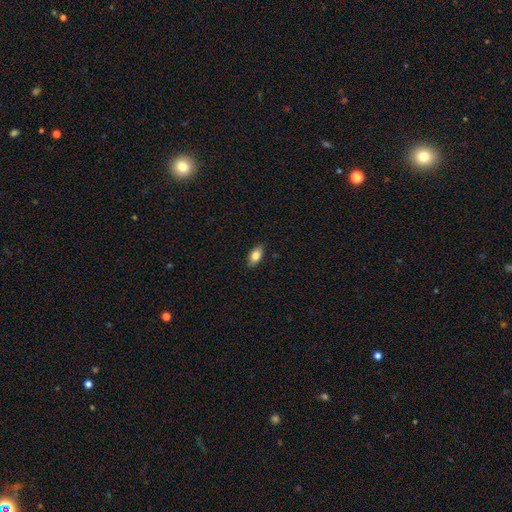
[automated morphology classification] Q: Smooth or featured?
A: smooth (79%); runner-up: featured or disk (14%)
Q: How rounded?
A: in between (89%); runner-up: cigar-shaped (7%)
Q: Merging?
A: none (87%); runner-up: minor disturbance (10%)